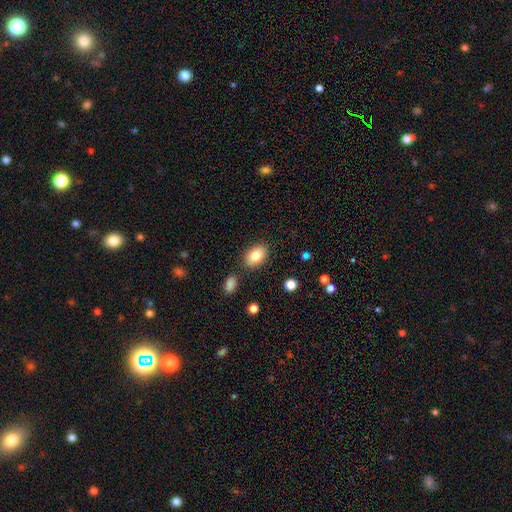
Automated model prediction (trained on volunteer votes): A smooth galaxy with no disk features (82%) that is in between round and cigar-shaped (87%).

Vote fractions:
- Smooth or featured? smooth: 82% / featured or disk: 10% / star or artifact: 8%
- How rounded? in between: 87% / round: 12% / cigar-shaped: 1%
- Merging? none: 83% / minor disturbance: 11% / merger: 4% / major disturbance: 3%